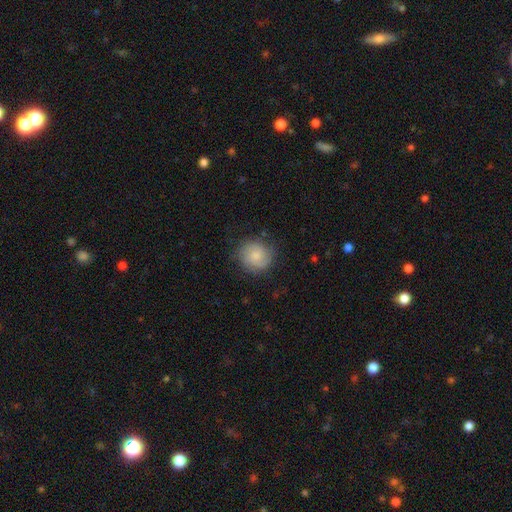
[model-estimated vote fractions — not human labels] Smooth or featured? smooth (60%)
How rounded? round (87%)
Merging? none (78%)